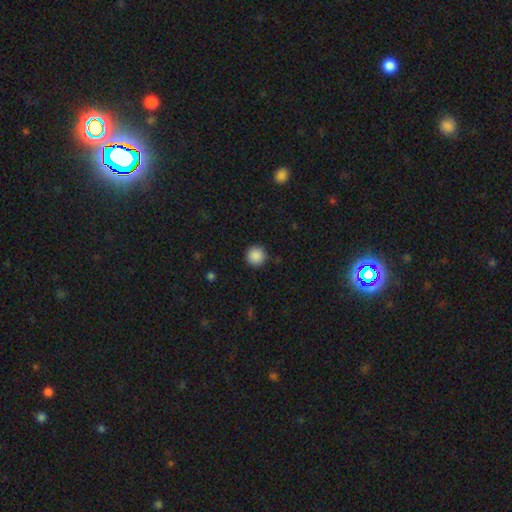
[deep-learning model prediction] smooth-or-featured: smooth: 88% | star or artifact: 9% | featured or disk: 3%
  how-rounded: round: 96% | in between: 3% | cigar-shaped: 1%
  merging: none: 91% | minor disturbance: 6% | major disturbance: 2% | merger: 1%